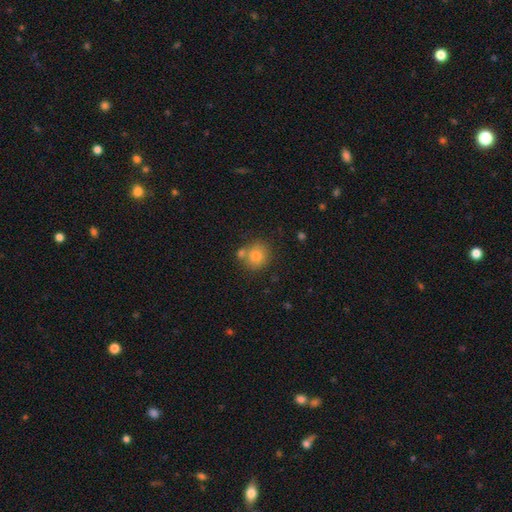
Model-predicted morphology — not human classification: Overall: smooth (81%). How rounded: round (80%). Merging: none (67%).